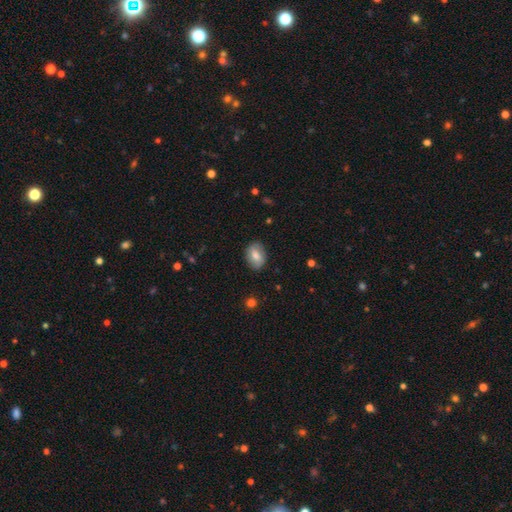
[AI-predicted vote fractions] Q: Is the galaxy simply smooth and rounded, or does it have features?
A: smooth — 73%.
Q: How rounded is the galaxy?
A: in between — 76%.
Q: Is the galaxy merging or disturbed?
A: none — 83%.